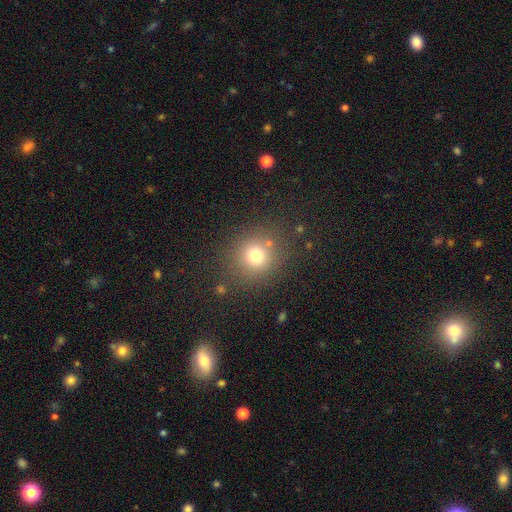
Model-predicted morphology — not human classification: Overall: smooth (74%). How rounded: round (88%). Merging: none (80%).